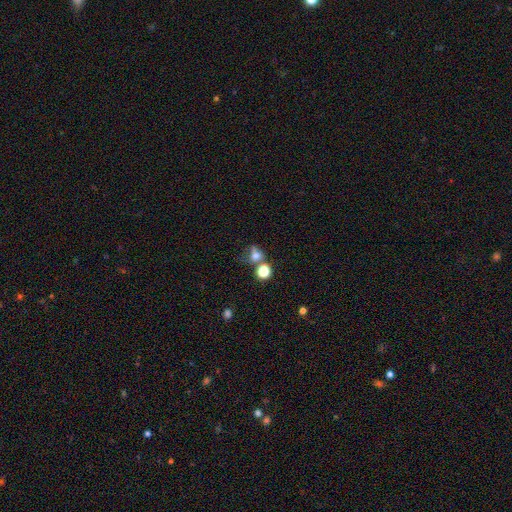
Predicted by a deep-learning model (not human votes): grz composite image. It shows a smooth galaxy with no disk features (62%) that is round (56%). Merging: none (36%).